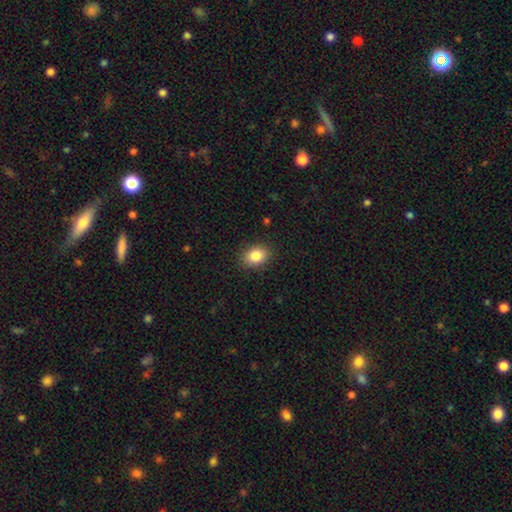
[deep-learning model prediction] Q: Smooth or featured?
A: smooth (85%); runner-up: star or artifact (9%)
Q: How rounded?
A: in between (62%); runner-up: round (37%)
Q: Merging?
A: none (88%); runner-up: minor disturbance (9%)